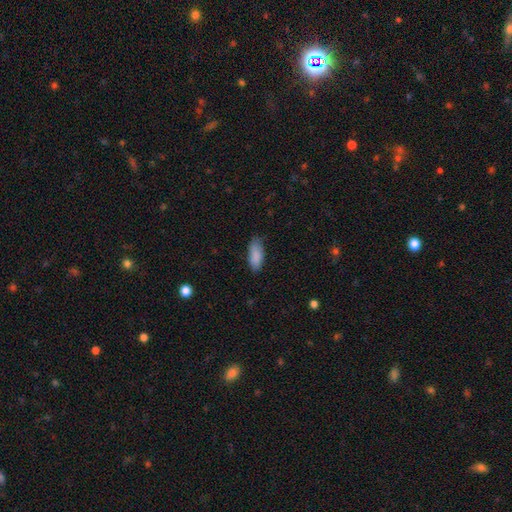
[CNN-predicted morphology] smooth 89%, star or artifact 6%, featured or disk 5%. Down the decision tree: how rounded — in between (79%); merging — none (80%).